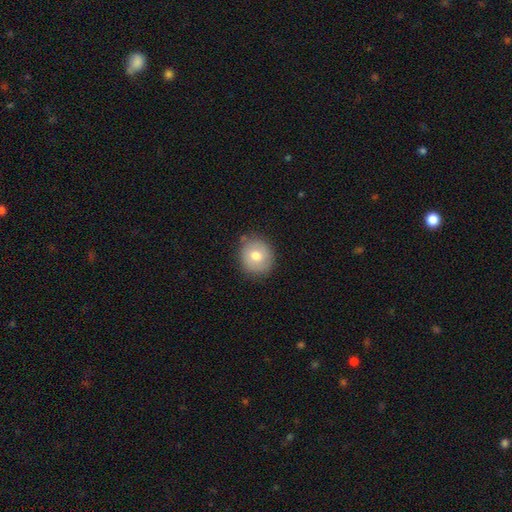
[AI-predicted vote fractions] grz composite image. It shows a smooth galaxy with no disk features (71%) that is round (82%). Merging: none (81%).